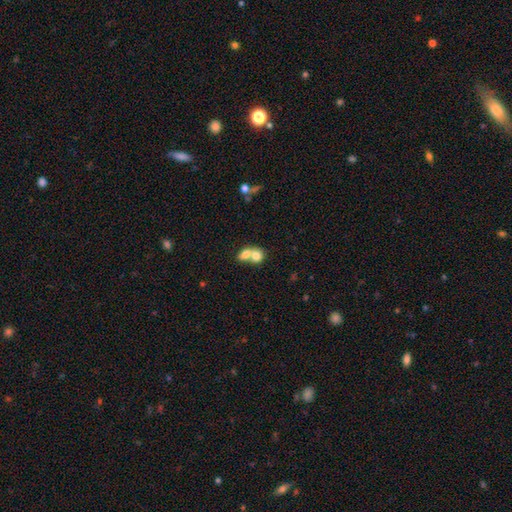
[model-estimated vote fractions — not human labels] Smooth or featured? smooth (73%)
How rounded? round (54%)
Merging? merger (74%)